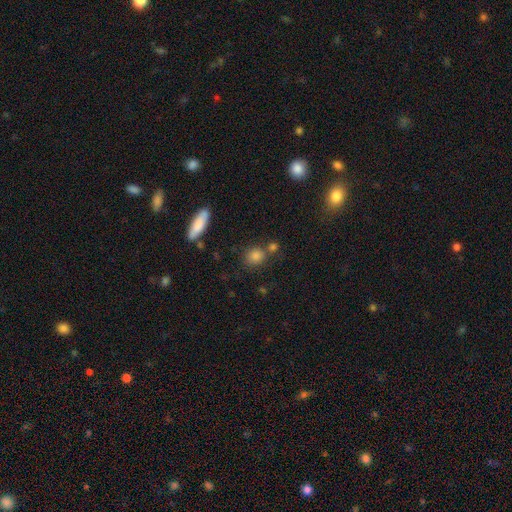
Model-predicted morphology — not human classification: A smooth galaxy with no disk features (81%) that is round (70%).

Vote fractions:
- Smooth or featured? smooth: 81% / star or artifact: 12% / featured or disk: 7%
- How rounded? round: 70% / in between: 27% / cigar-shaped: 3%
- Merging? none: 66% / merger: 19% / minor disturbance: 11% / major disturbance: 4%